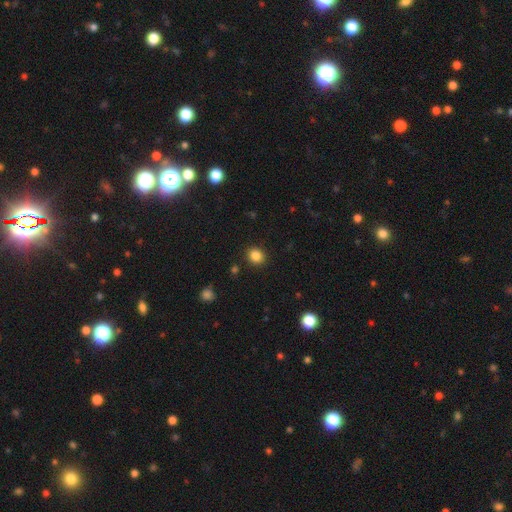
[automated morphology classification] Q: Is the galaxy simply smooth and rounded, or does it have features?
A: smooth — 84%.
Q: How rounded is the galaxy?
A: round — 79%.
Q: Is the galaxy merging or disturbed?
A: none — 91%.